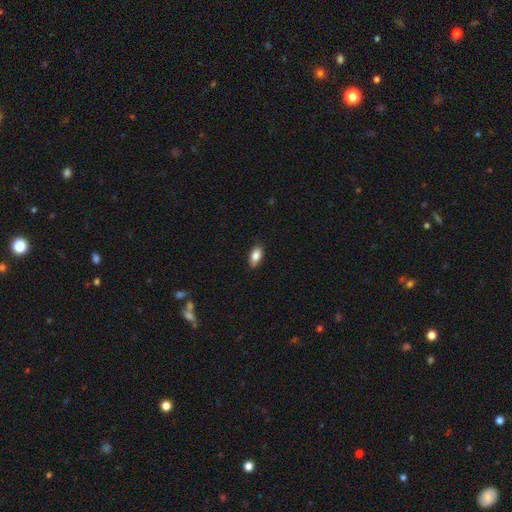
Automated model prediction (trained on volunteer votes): This is clearly a smooth galaxy (85%). How rounded: clearly in between (89%). Merging: clearly none (82%).